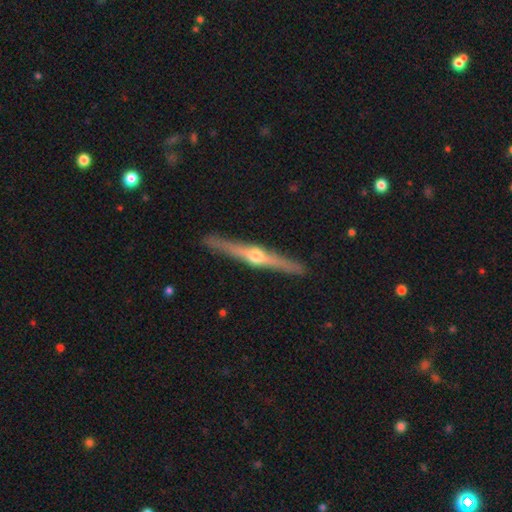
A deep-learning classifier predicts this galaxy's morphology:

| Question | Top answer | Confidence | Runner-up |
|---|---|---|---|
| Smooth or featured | featured or disk | 79% | smooth (16%) |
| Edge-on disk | yes | 98% | no (2%) |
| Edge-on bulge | rounded | 94% | none (3%) |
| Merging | none | 90% | minor disturbance (8%) |